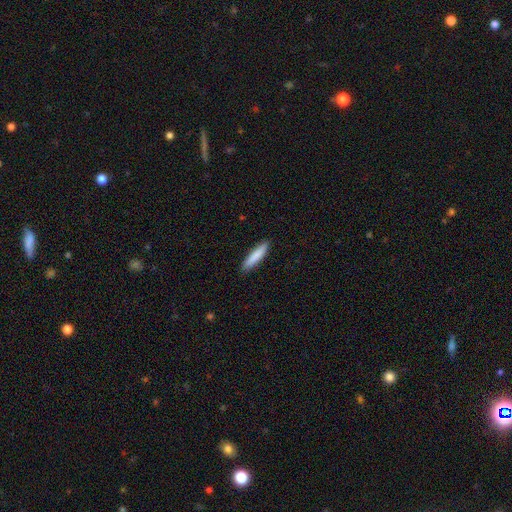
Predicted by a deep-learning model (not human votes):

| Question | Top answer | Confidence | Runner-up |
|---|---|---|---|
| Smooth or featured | smooth | 85% | featured or disk (10%) |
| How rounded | cigar-shaped | 85% | in between (14%) |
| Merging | none | 90% | minor disturbance (8%) |